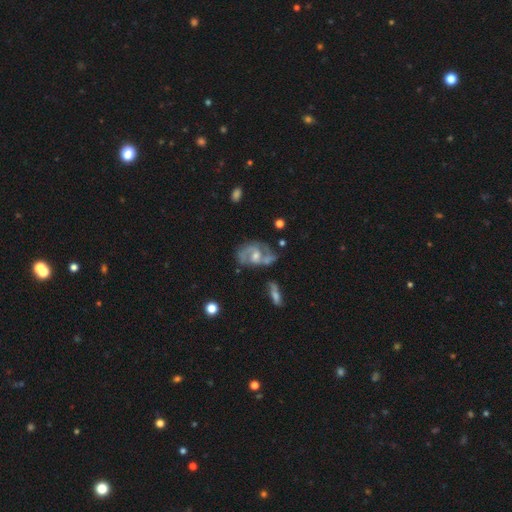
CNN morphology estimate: A featured or disk galaxy (82%) with a weak bar (47%), 2 (82%) medium (53%) spiral arms (90%) and a moderate central bulge (57%). Merging: none (57%).